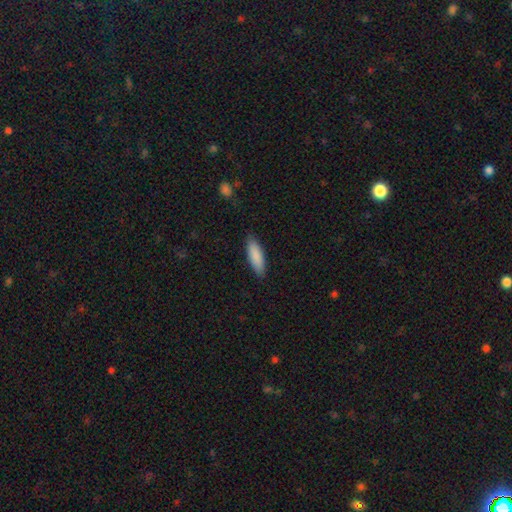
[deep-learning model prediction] Smooth or featured: smooth — 88% (featured or disk — 7%)
How rounded: in between — 52% (cigar-shaped — 46%)
Merging: none — 86% (minor disturbance — 11%)